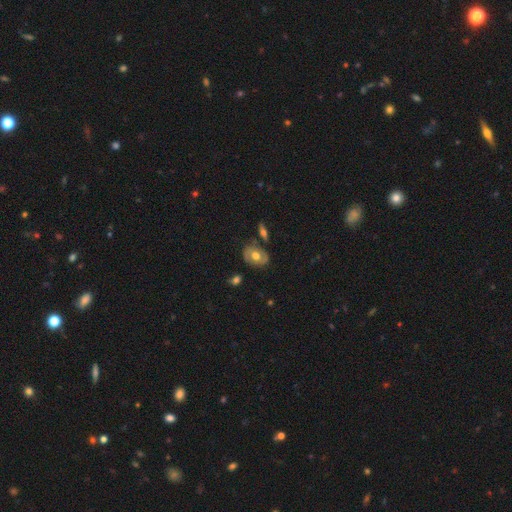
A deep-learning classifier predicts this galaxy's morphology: Smooth or featured?
  - featured or disk: 59% *
  - smooth: 35%
  - star or artifact: 7%
Edge-on disk?
  - no: 93% *
  - yes: 7%
Bar?
  - no: 76% *
  - weak: 18%
  - strong: 6%
Spiral arms?
  - yes: 55% *
  - no: 45%
Bulge size?
  - moderate: 69% *
  - large: 23%
  - small: 6%
  - dominant: 1%
  - none: 1%
Merging?
  - none: 74% *
  - minor disturbance: 15%
  - merger: 6%
  - major disturbance: 5%